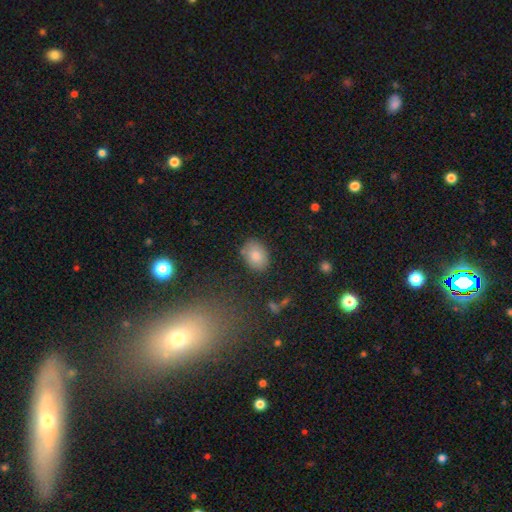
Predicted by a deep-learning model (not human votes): Q: Smooth or featured?
A: smooth (82%); runner-up: featured or disk (10%)
Q: How rounded?
A: in between (75%); runner-up: round (24%)
Q: Merging?
A: none (80%); runner-up: minor disturbance (14%)